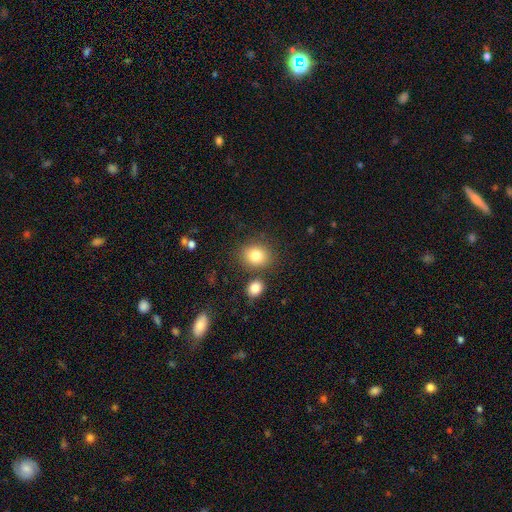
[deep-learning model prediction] Smooth or featured: smooth — 83% (star or artifact — 10%)
How rounded: round — 63% (in between — 36%)
Merging: none — 77% (minor disturbance — 10%)